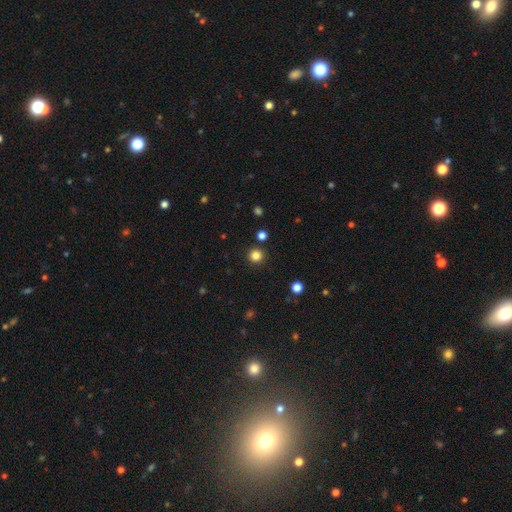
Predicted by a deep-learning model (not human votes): This is clearly a smooth galaxy (83%). How rounded: clearly round (95%). Merging: clearly none (91%).